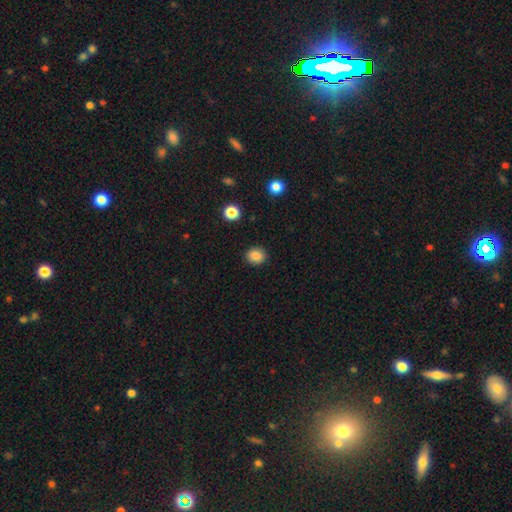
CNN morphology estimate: Smooth or featured? Predicted: smooth (p=0.86). How rounded? Predicted: round (p=0.73). Merging? Predicted: none (p=0.91).